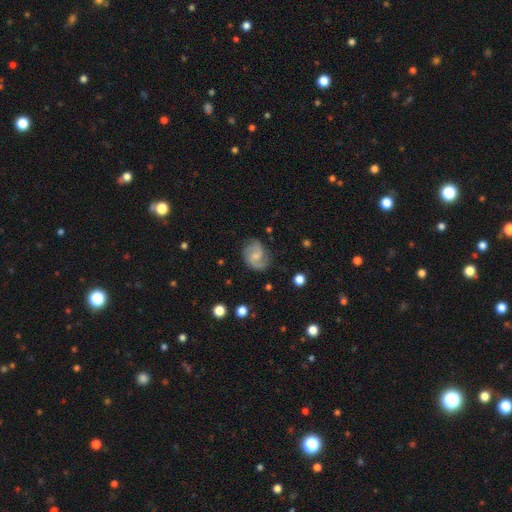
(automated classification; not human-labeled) This is likely a featured or disk galaxy (77%). It is clearly not viewed edge-on (98%). Bar: possibly no (46%, tied with weak). Spiral arm pattern: clearly yes (96%). Spiral arm count: clearly 2 (87%). Spiral winding: possibly medium (51%). Central bulge: possibly small (46%). Merging: likely none (75%).